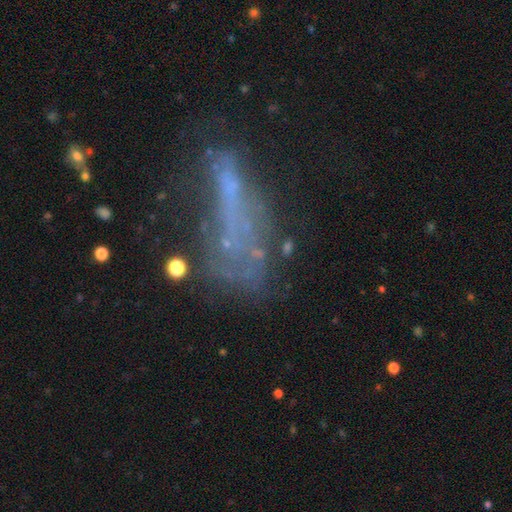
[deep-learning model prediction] Smooth or featured: featured or disk — 46% (smooth — 29%)
Merging: none — 35% (major disturbance — 33%)